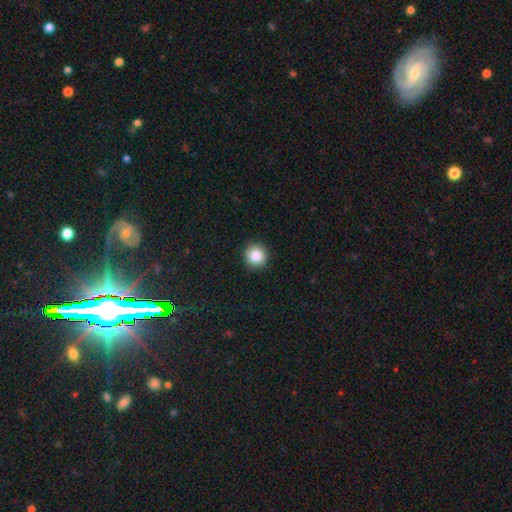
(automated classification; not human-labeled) Smooth or featured: smooth — 85% (star or artifact — 10%)
How rounded: round — 94% (in between — 5%)
Merging: none — 92% (minor disturbance — 5%)